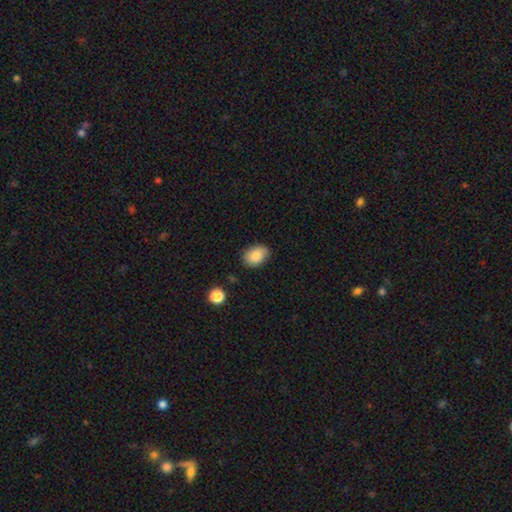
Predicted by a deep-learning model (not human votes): A smooth galaxy with no disk features (79%) that is in between round and cigar-shaped (67%).

Vote fractions:
- Smooth or featured? smooth: 79% / featured or disk: 13% / star or artifact: 9%
- How rounded? in between: 67% / round: 32% / cigar-shaped: 1%
- Merging? none: 74% / minor disturbance: 21% / major disturbance: 4% / merger: 2%